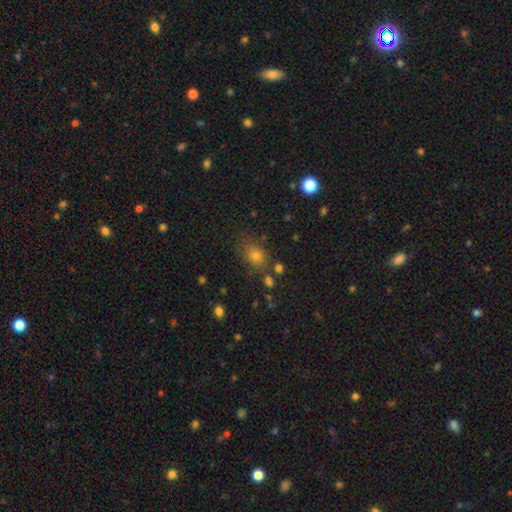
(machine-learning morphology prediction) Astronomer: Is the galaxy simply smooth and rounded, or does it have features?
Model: smooth — 70%.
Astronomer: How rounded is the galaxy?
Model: round — 51% (runner-up: in between, 47%).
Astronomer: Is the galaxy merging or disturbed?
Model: none — 72%.